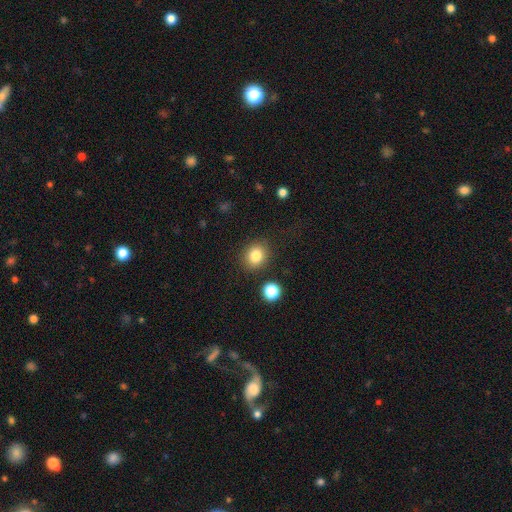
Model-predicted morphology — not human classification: Q: Smooth or featured?
A: smooth (83%); runner-up: star or artifact (11%)
Q: How rounded?
A: round (71%); runner-up: in between (28%)
Q: Merging?
A: none (85%); runner-up: minor disturbance (9%)